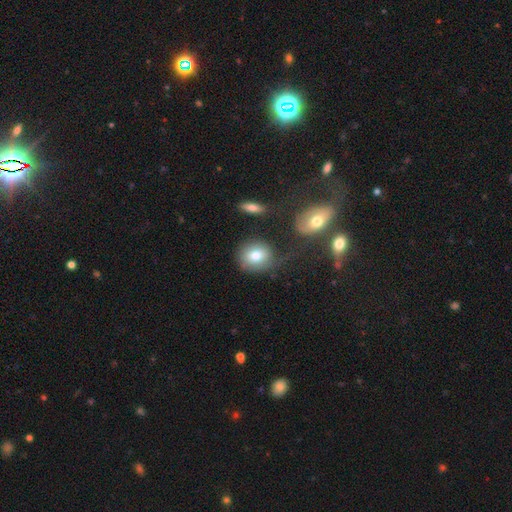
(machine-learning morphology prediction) Smooth or featured? Predicted: smooth (p=0.75). How rounded? Predicted: round (p=0.75). Merging? Predicted: none (p=0.65).